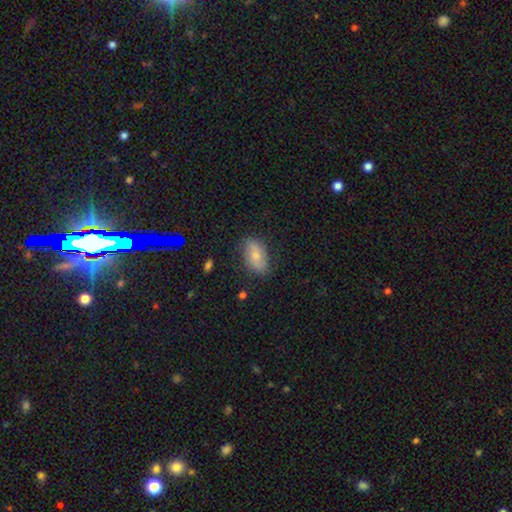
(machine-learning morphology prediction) Smooth or featured? Predicted: smooth (p=0.62). How rounded? Predicted: in between (p=0.91). Merging? Predicted: none (p=0.76).